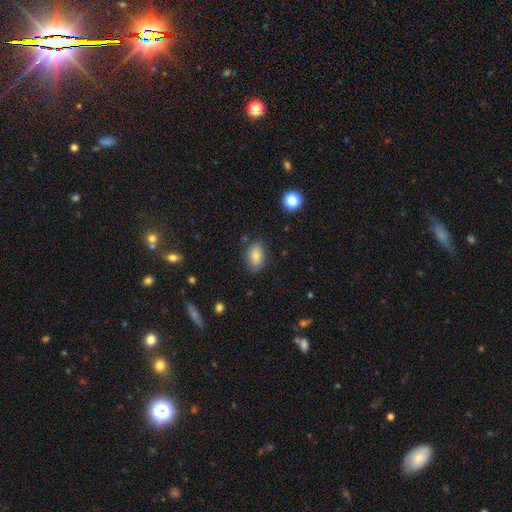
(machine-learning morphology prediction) A smooth galaxy with no disk features (77%) that is in between round and cigar-shaped (85%).

Vote fractions:
- Smooth or featured? smooth: 77% / featured or disk: 14% / star or artifact: 9%
- How rounded? in between: 85% / round: 14% / cigar-shaped: 1%
- Merging? none: 76% / minor disturbance: 17% / major disturbance: 5% / merger: 2%